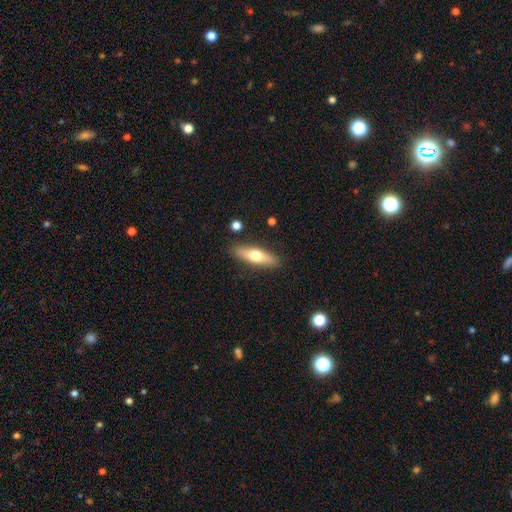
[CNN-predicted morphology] Q: Smooth or featured?
A: smooth (56%); runner-up: featured or disk (39%)
Q: How rounded?
A: cigar-shaped (61%); runner-up: in between (37%)
Q: Merging?
A: none (88%); runner-up: minor disturbance (9%)